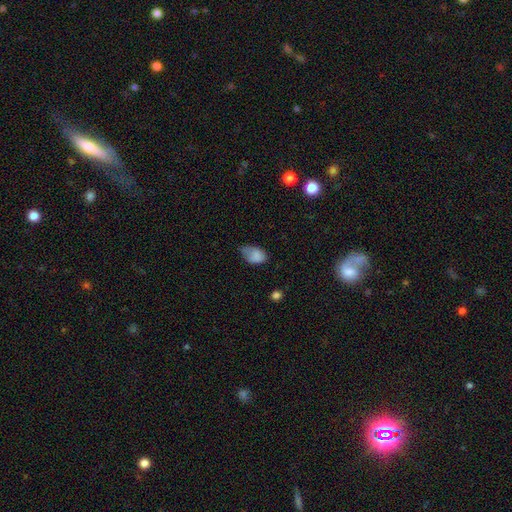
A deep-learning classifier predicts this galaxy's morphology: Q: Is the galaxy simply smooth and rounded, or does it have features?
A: smooth — 82%.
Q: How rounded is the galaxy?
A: in between — 86%.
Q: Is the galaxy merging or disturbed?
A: minor disturbance — 44%.